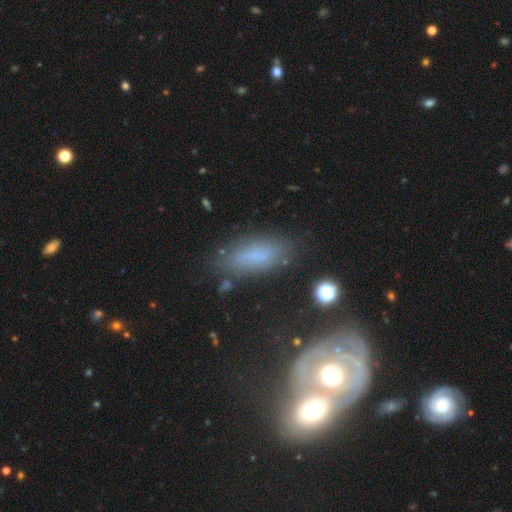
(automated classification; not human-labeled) Smooth or featured? Predicted: smooth (p=0.67). How rounded? Predicted: in between (p=0.67). Merging? Predicted: none (p=0.74).